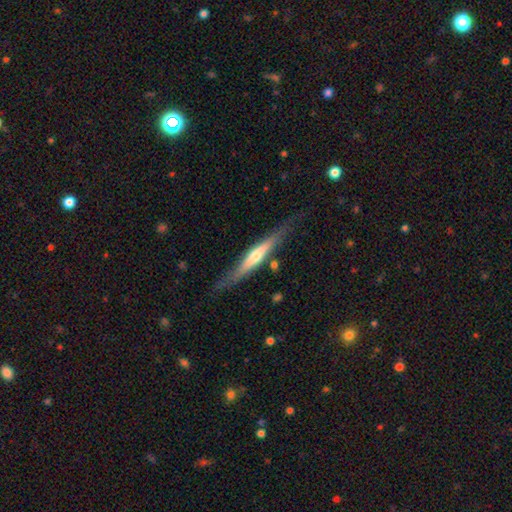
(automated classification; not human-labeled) smooth_or_featured: featured or disk (p=0.62) [alt: smooth p=0.32]
disk_edge_on: yes (p=0.94) [alt: no p=0.06]
edge_on_bulge: rounded (p=0.67) [alt: none p=0.23]
merging: none (p=0.76) [alt: minor disturbance p=0.17]